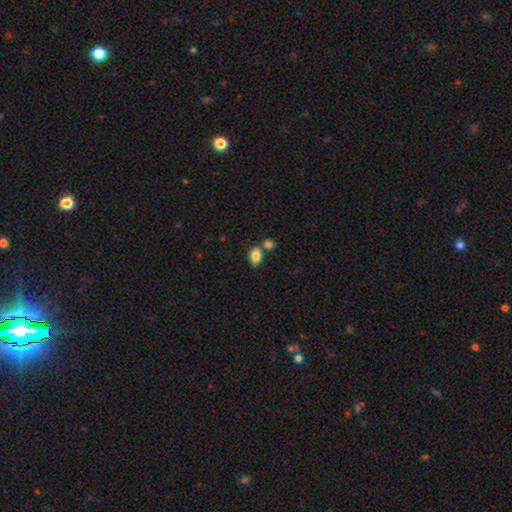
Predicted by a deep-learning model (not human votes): The model was most divided on "merging": none: 65%, merger: 21%, minor disturbance: 11%, major disturbance: 3%. More confident: how rounded — in between (89%); smooth or featured — smooth (85%).